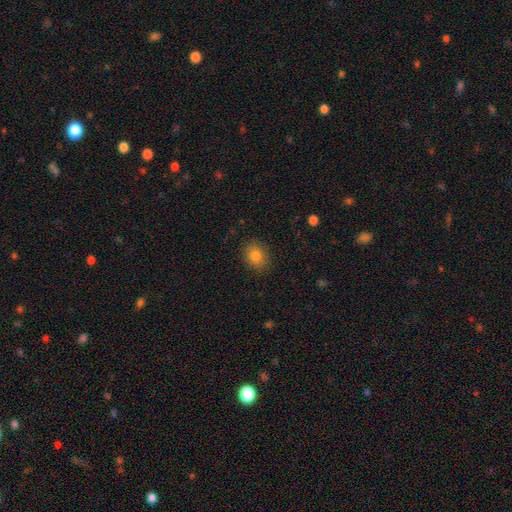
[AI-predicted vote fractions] Smooth or featured: smooth — 82% (star or artifact — 10%)
How rounded: round — 54% (in between — 45%)
Merging: none — 87% (minor disturbance — 10%)